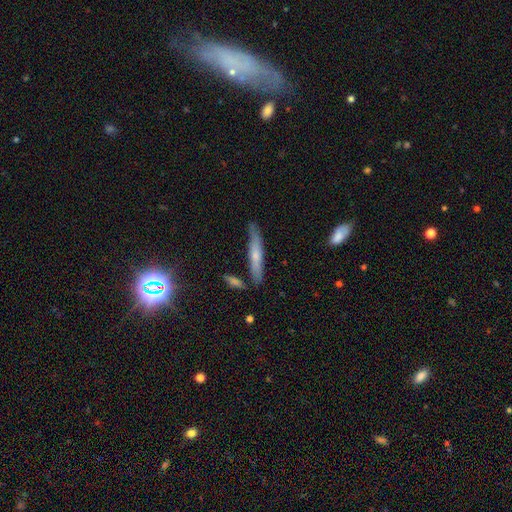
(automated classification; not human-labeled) Q: Smooth or featured?
A: smooth (52%); runner-up: featured or disk (40%)
Q: How rounded?
A: cigar-shaped (89%); runner-up: in between (9%)
Q: Merging?
A: none (75%); runner-up: minor disturbance (17%)